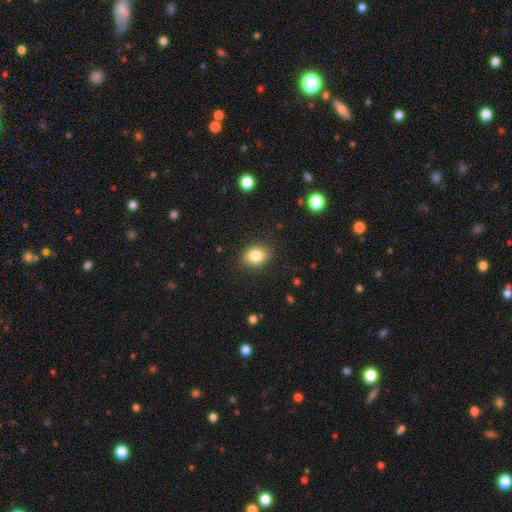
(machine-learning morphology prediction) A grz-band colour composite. It shows a smooth galaxy with no disk features (84%) that is in between round and cigar-shaped (58%). Merging: none (87%).